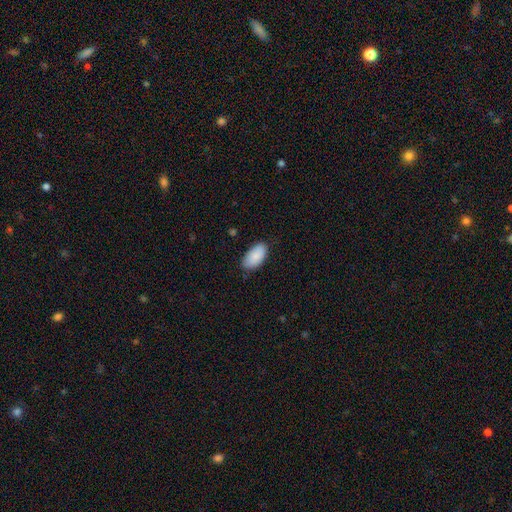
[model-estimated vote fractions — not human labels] smooth_or_featured: smooth (p=0.87) [alt: featured or disk p=0.07]
how_rounded: in between (p=0.95) [alt: cigar-shaped p=0.02]
merging: none (p=0.81) [alt: minor disturbance p=0.16]